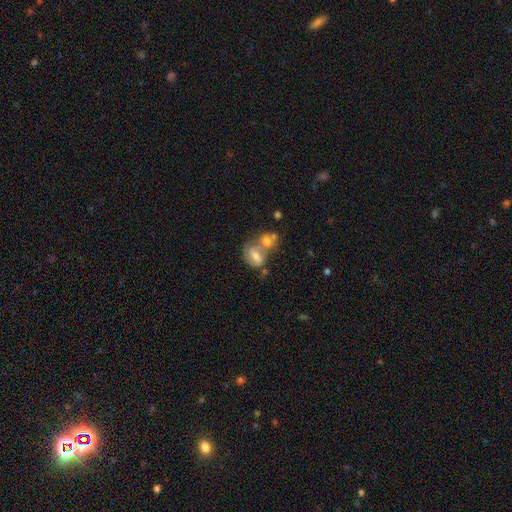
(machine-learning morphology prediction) Smooth or featured: featured or disk — 52% (smooth — 39%)
Edge-on disk: no — 97% (yes — 3%)
Bar: weak — 45% (no — 36%)
Spiral arms: yes — 75% (no — 25%)
Bulge size: moderate — 57% (small — 25%)
Merging: merger — 58% (none — 23%)